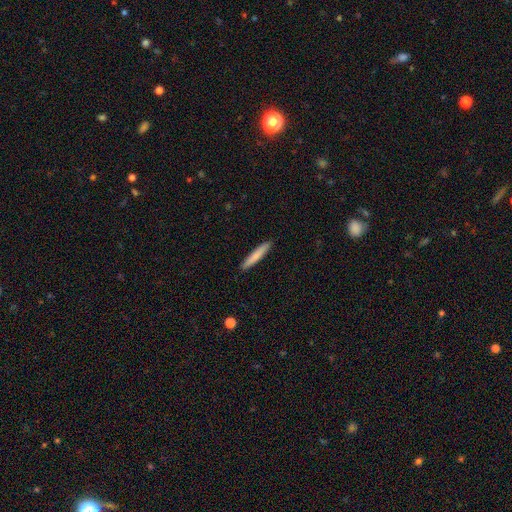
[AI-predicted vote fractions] Morphology: type=smooth (76%); roundness=cigar-shaped (95%); merging=none (91%).